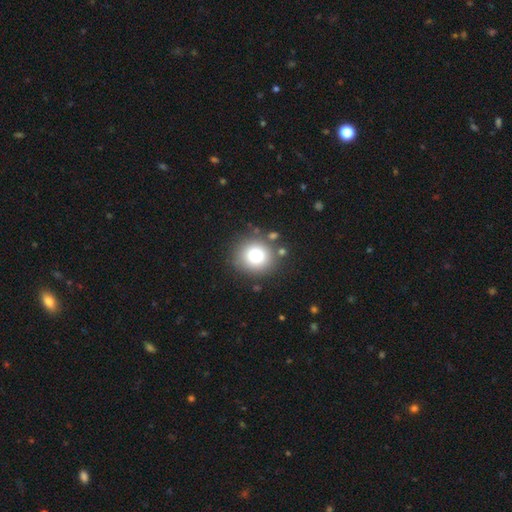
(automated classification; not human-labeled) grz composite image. It shows a smooth galaxy with no disk features (78%) that is round (89%). Merging: none (84%).